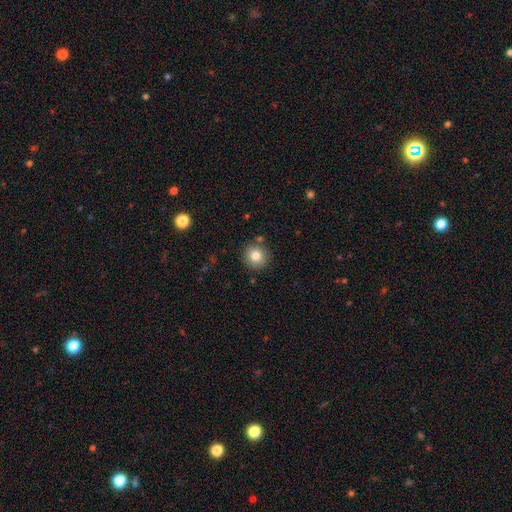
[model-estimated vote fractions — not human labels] A smooth galaxy with no disk features (81%) that is round (94%).

Vote fractions:
- Smooth or featured? smooth: 81% / star or artifact: 11% / featured or disk: 9%
- How rounded? round: 94% / in between: 5% / cigar-shaped: 1%
- Merging? none: 87% / minor disturbance: 8% / merger: 3% / major disturbance: 2%